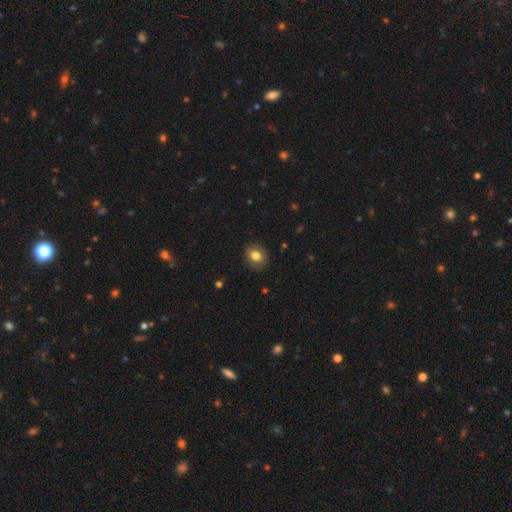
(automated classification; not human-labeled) Smooth or featured? Predicted: smooth (p=0.81). How rounded? Predicted: round (p=0.55). Merging? Predicted: none (p=0.86).